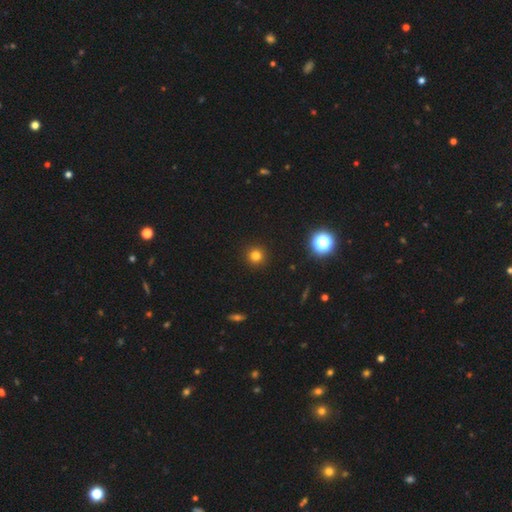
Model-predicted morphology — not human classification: A smooth galaxy with no disk features (78%) that is round (95%).

Vote fractions:
- Smooth or featured? smooth: 78% / star or artifact: 16% / featured or disk: 5%
- How rounded? round: 95% / in between: 4% / cigar-shaped: 1%
- Merging? none: 93% / minor disturbance: 4% / major disturbance: 2% / merger: 1%